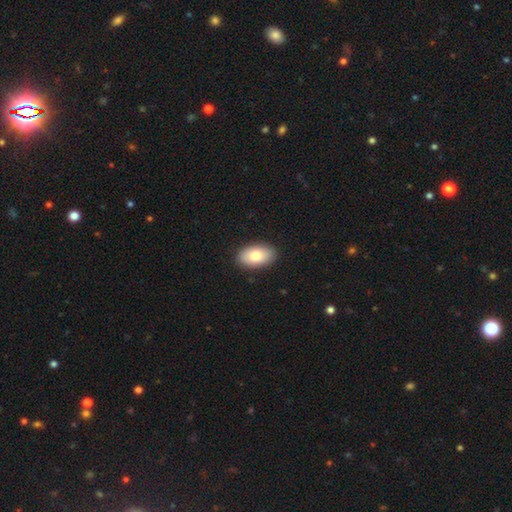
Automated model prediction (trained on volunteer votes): This appears to be a smooth galaxy with no disk features (79%) that is in between round and cigar-shaped (94%). Merging: none (89%).